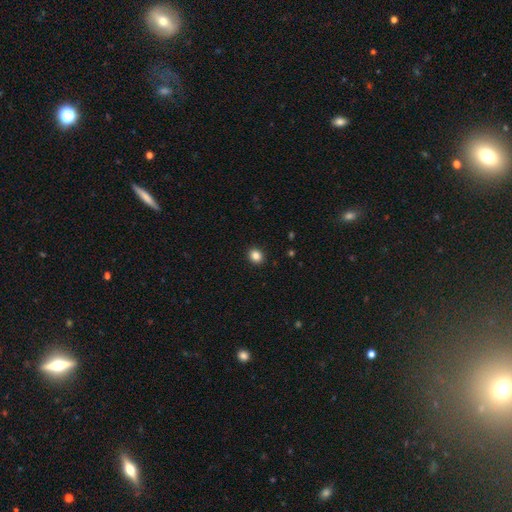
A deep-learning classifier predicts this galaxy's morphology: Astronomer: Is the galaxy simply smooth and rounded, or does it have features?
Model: smooth — 86%.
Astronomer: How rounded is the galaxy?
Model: round — 65%.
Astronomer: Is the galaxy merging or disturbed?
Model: none — 92%.